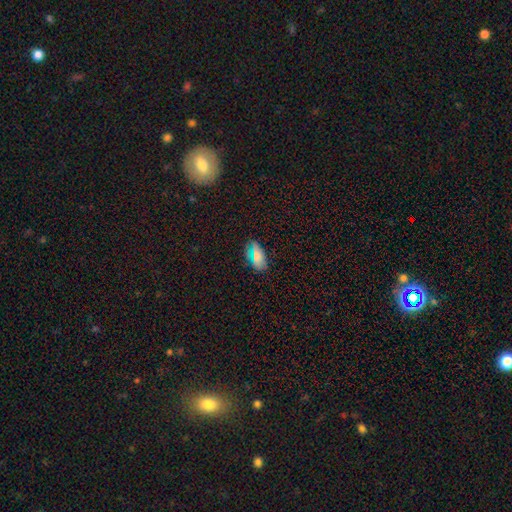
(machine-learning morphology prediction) Smooth or featured: smooth — 70% (star or artifact — 20%)
How rounded: in between — 90% (cigar-shaped — 6%)
Merging: none — 75% (minor disturbance — 17%)